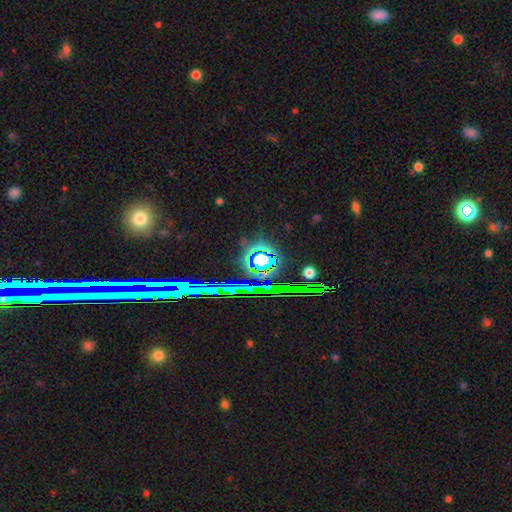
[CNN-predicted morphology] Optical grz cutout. It shows a star or artifact, not a galaxy (72%).